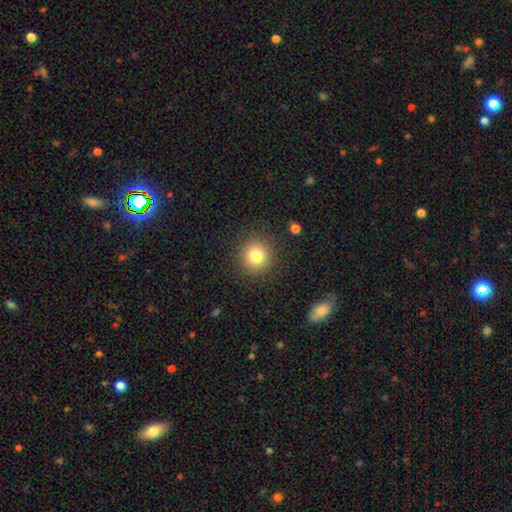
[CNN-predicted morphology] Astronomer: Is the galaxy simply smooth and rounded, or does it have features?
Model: smooth — 80%.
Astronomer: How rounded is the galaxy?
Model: round — 92%.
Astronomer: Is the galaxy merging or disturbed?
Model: none — 90%.